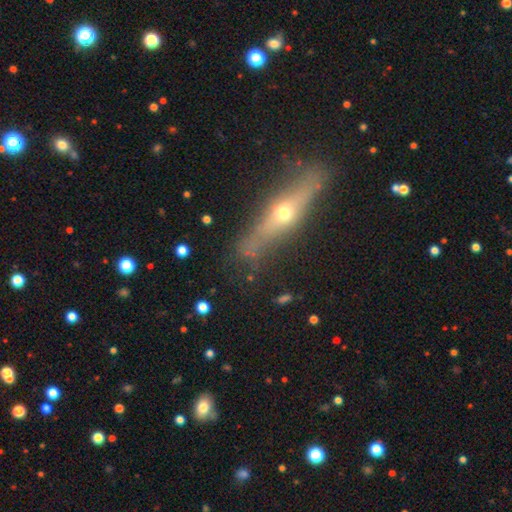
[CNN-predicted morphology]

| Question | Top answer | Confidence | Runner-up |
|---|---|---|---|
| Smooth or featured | featured or disk | 67% | smooth (24%) |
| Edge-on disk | yes | 87% | no (13%) |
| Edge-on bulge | rounded | 90% | none (7%) |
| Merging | none | 81% | minor disturbance (14%) |